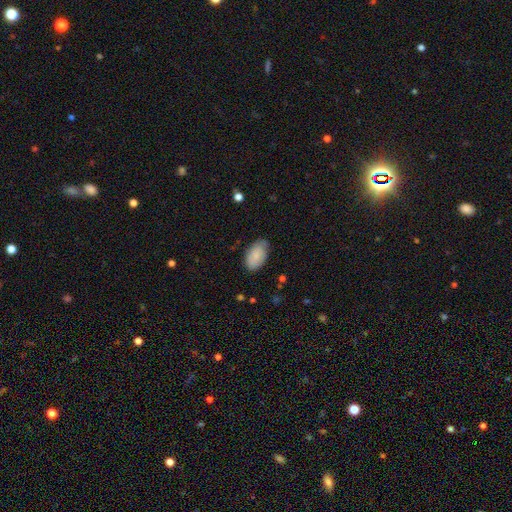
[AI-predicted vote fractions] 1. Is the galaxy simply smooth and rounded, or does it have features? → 82% smooth, 12% featured or disk, 6% star or artifact.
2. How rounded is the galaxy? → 94% in between, 4% round, 1% cigar-shaped.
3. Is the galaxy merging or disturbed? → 71% none, 24% minor disturbance, 4% major disturbance, 1% merger.